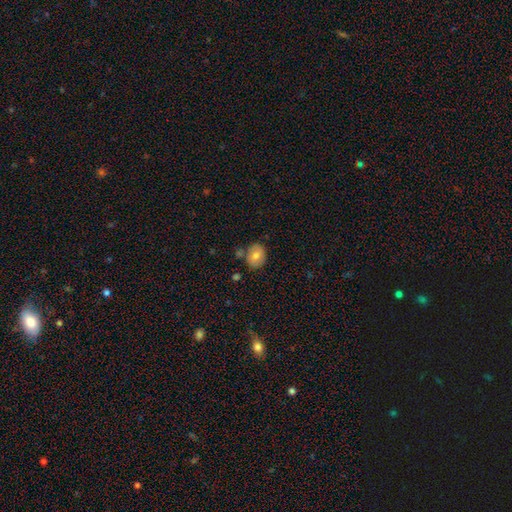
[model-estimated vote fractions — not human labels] This is likely a smooth galaxy (71%). How rounded: possibly round (56%). Merging: likely none (73%).